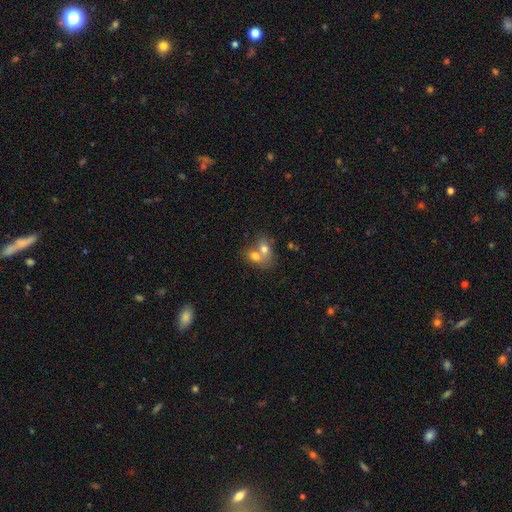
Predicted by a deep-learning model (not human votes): This is likely a smooth galaxy (68%). How rounded: likely in between (62%). Merging: likely merger (70%).